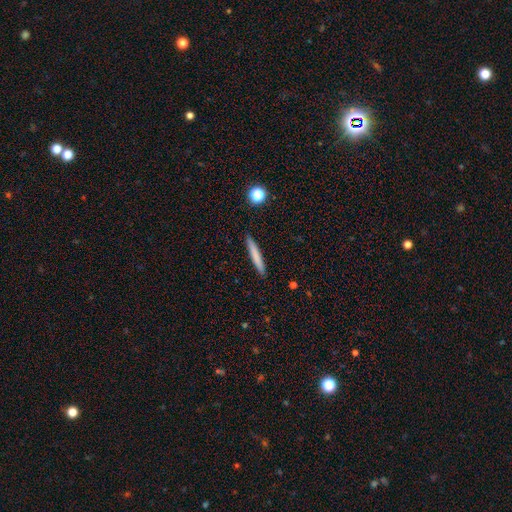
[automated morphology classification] A smooth galaxy with no disk features (76%) that is cigar-shaped (96%). Merging: none (92%).